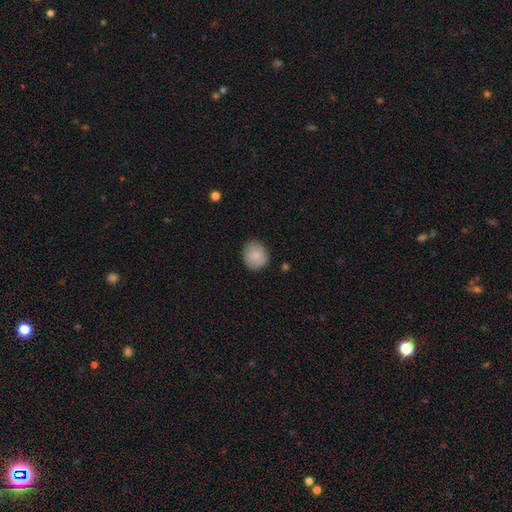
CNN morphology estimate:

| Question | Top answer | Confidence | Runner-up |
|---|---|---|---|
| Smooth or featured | smooth | 87% | star or artifact (7%) |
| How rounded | round | 81% | in between (18%) |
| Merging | none | 84% | minor disturbance (12%) |